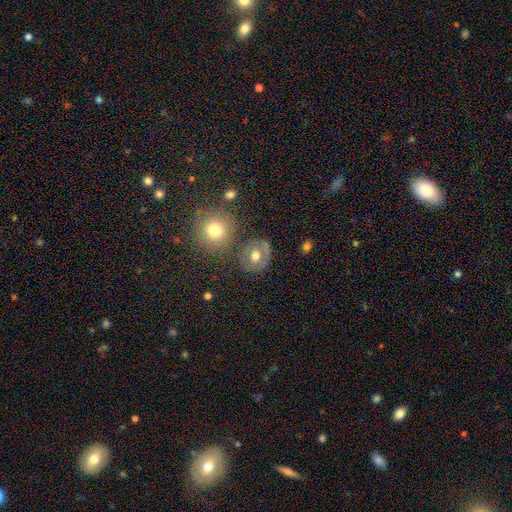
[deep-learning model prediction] smooth-or-featured: smooth: 63% | featured or disk: 24% | star or artifact: 13%
  how-rounded: round: 77% | in between: 22% | cigar-shaped: 1%
  merging: none: 65% | minor disturbance: 16% | merger: 11% | major disturbance: 8%